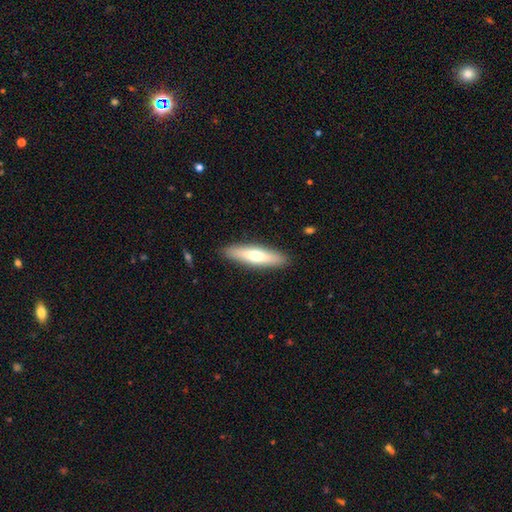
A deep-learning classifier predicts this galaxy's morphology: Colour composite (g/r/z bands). It shows a smooth galaxy with no disk features (58%) that is cigar-shaped (73%). Merging: none (90%).